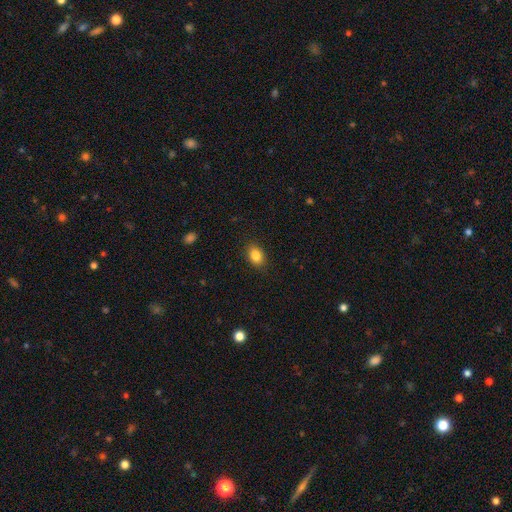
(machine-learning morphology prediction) Smooth or featured? Predicted: smooth (p=0.85). How rounded? Predicted: in between (p=0.75). Merging? Predicted: none (p=0.87).